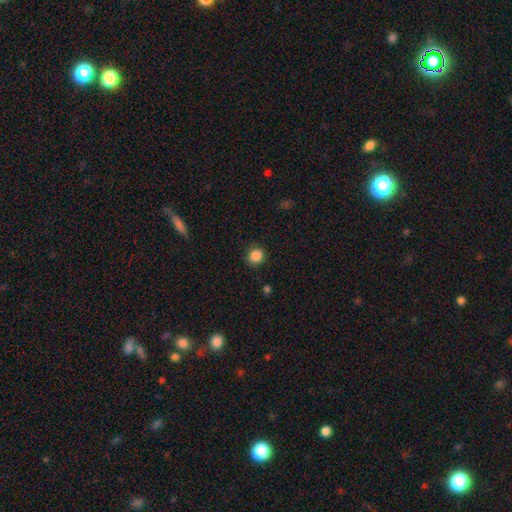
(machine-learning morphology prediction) Overall: smooth (87%). How rounded: round (86%). Merging: none (86%).